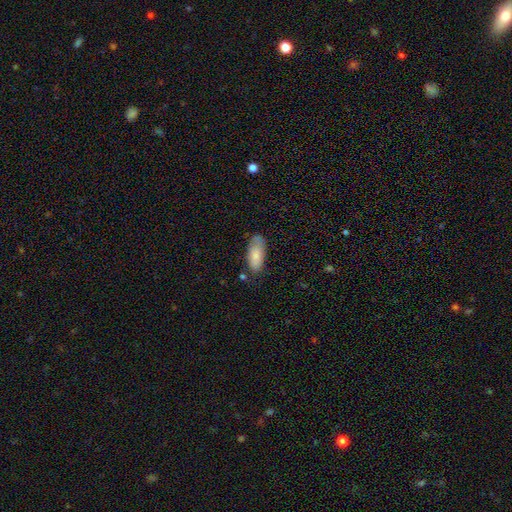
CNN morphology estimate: type=smooth (80%); roundness=in between (86%); merging=none (62%).